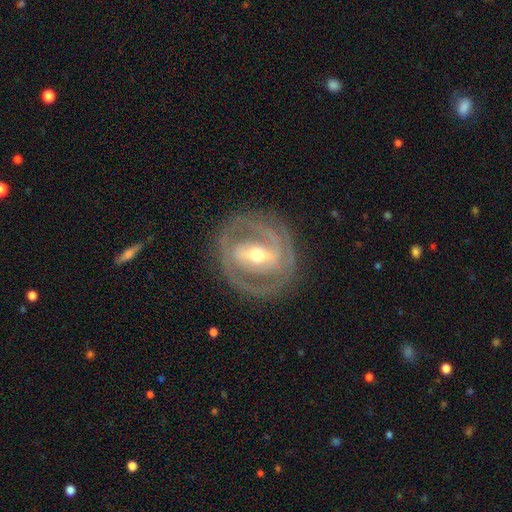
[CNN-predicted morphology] smooth_or_featured: featured or disk (p=0.84) [alt: smooth p=0.11]
disk_edge_on: no (p=0.94) [alt: yes p=0.06]
bar: strong (p=0.56) [alt: weak p=0.30]
has_spiral_arms: yes (p=0.76) [alt: no p=0.24]
spiral_winding: tight (p=0.63) [alt: medium p=0.29]
spiral_arm_count: 2 (p=0.63) [alt: can't tell p=0.19]
bulge_size: moderate (p=0.66) [alt: small p=0.27]
merging: none (p=0.80) [alt: minor disturbance p=0.13]